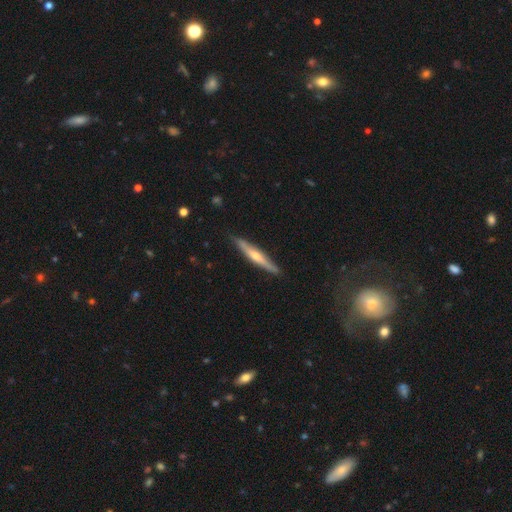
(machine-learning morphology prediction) featured or disk 67%, smooth 27%, star or artifact 6%. Down the decision tree: edge-on disk — yes (96%); edge-on bulge — rounded (85%); merging — none (88%).